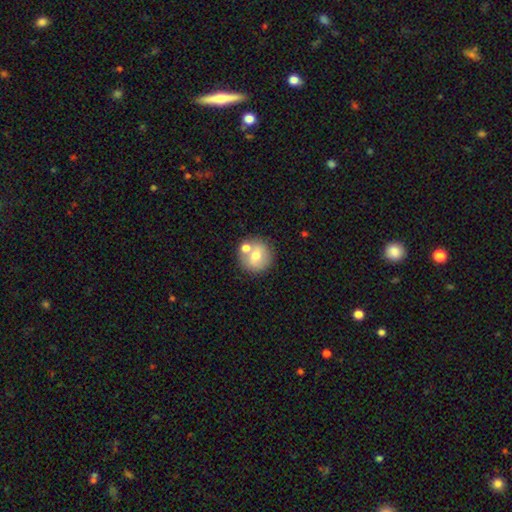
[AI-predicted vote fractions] This appears to be a smooth galaxy with no disk features (65%) that is round (90%). Merging: none (65%).